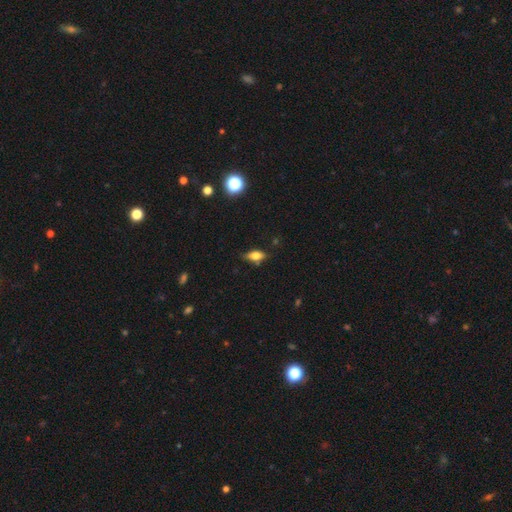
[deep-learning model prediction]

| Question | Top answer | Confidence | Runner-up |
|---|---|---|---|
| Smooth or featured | smooth | 60% | featured or disk (29%) |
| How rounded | in between | 77% | cigar-shaped (15%) |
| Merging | none | 75% | minor disturbance (19%) |